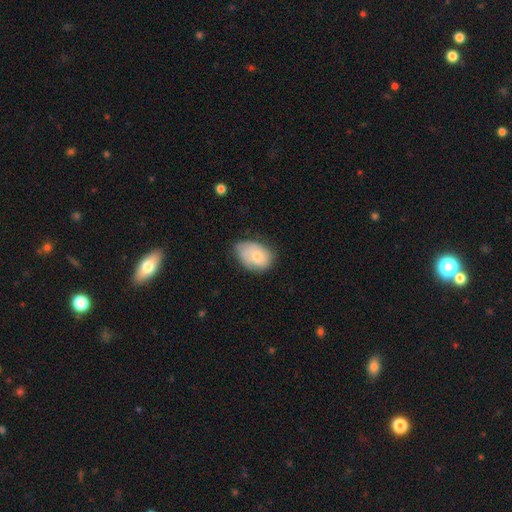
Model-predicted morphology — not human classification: Smooth or featured? Predicted: smooth (p=0.66). How rounded? Predicted: in between (p=0.77). Merging? Predicted: none (p=0.48).